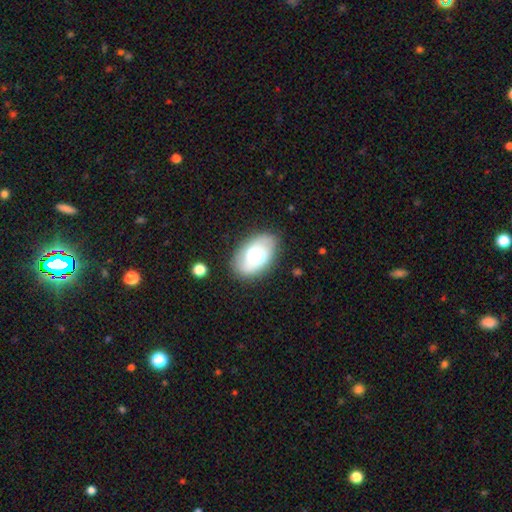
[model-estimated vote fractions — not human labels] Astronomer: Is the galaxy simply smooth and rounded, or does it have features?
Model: smooth — 54% (runner-up: featured or disk, 38%).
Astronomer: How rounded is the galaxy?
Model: in between — 89%.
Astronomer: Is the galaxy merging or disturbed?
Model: none — 75%.